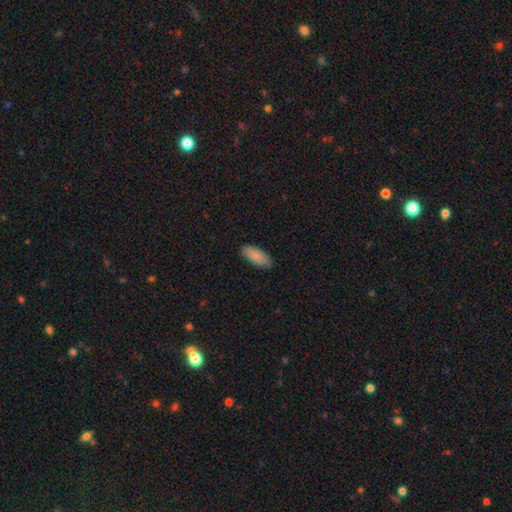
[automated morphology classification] This is clearly a smooth galaxy (86%). How rounded: clearly in between (85%). Merging: clearly none (87%).